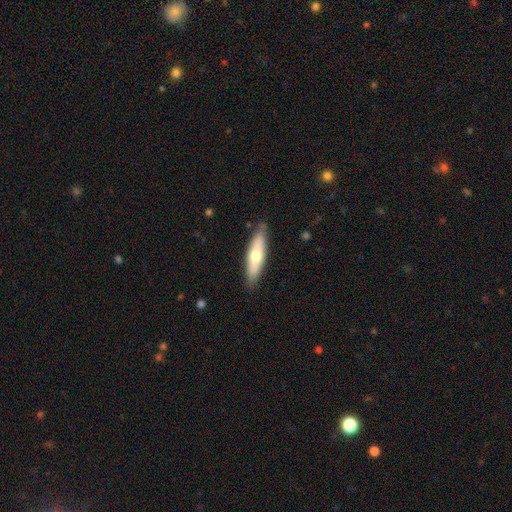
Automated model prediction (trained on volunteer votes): A smooth galaxy with no disk features (56%) that is cigar-shaped (67%).

Vote fractions:
- Smooth or featured? smooth: 56% / featured or disk: 39% / star or artifact: 5%
- How rounded? cigar-shaped: 67% / in between: 31% / round: 2%
- Merging? none: 84% / minor disturbance: 12% / major disturbance: 2% / merger: 1%